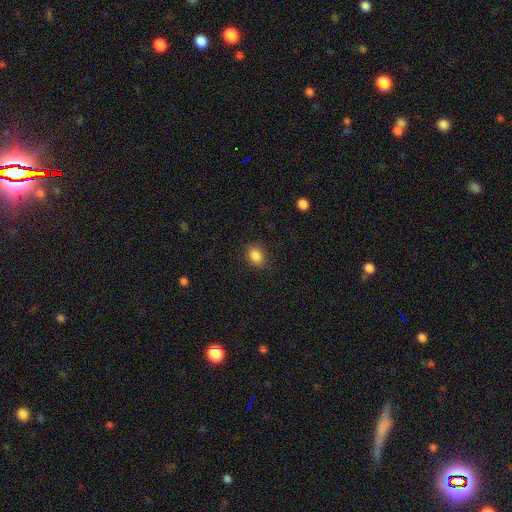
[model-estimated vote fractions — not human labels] smooth-or-featured: smooth: 86% | star or artifact: 10% | featured or disk: 4%
  how-rounded: in between: 54% | round: 45% | cigar-shaped: 1%
  merging: none: 86% | minor disturbance: 10% | major disturbance: 3% | merger: 1%